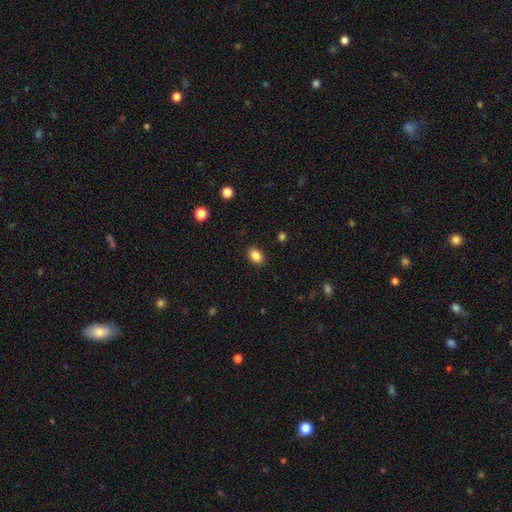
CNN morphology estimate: Overall: smooth (87%). How rounded: in between (72%). Merging: none (89%).